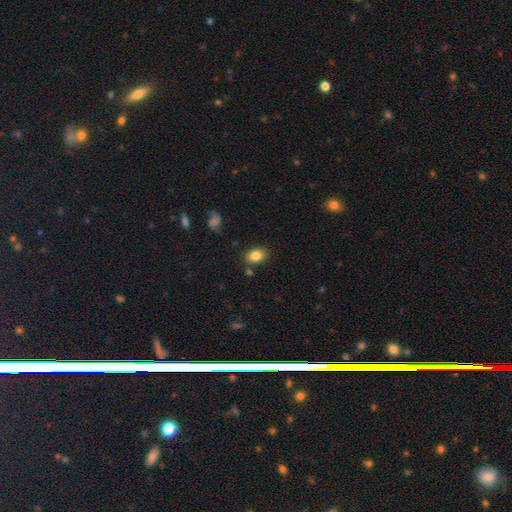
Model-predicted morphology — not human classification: smooth 84%, star or artifact 8%, featured or disk 8%. Down the decision tree: how rounded — in between (80%); merging — none (82%).